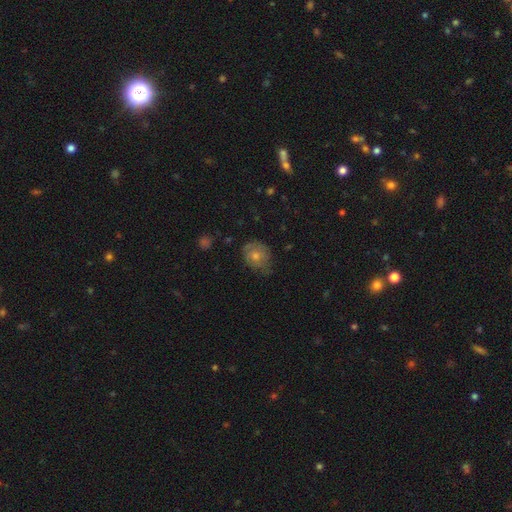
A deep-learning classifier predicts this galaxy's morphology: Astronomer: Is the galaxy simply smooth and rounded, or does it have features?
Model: smooth — 52% (runner-up: featured or disk, 35%).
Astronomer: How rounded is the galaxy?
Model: round — 59% (runner-up: in between, 40%).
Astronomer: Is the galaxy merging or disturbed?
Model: none — 63%.